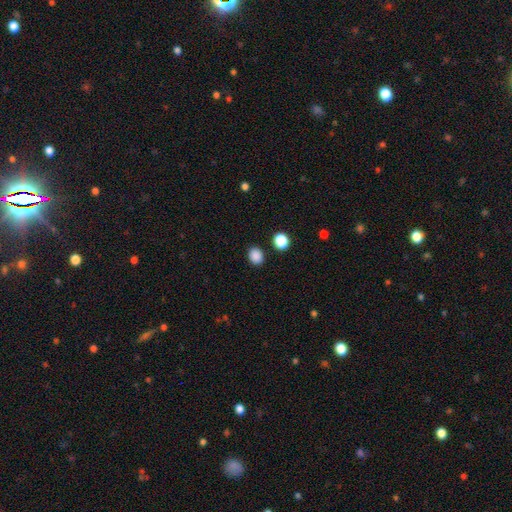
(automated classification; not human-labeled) Smooth or featured? Predicted: smooth (p=0.87). How rounded? Predicted: round (p=0.54). Merging? Predicted: none (p=0.88).